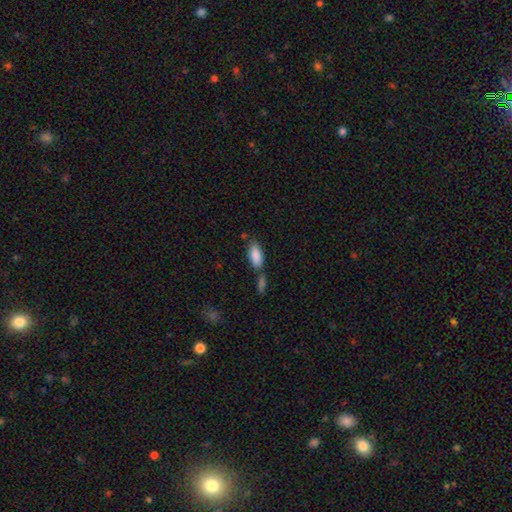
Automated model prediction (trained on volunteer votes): A smooth galaxy with no disk features (87%) that is in between round and cigar-shaped (84%). Merging: none (53%).